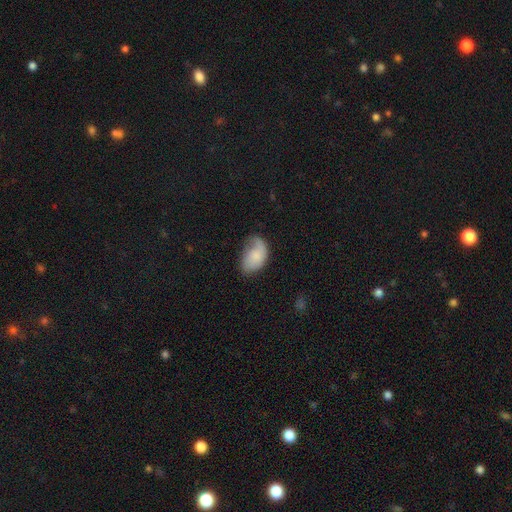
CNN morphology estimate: The model was most divided on "merging": none: 40%, minor disturbance: 34%, major disturbance: 24%, merger: 3%. More confident: how rounded — in between (89%); smooth or featured — smooth (64%).